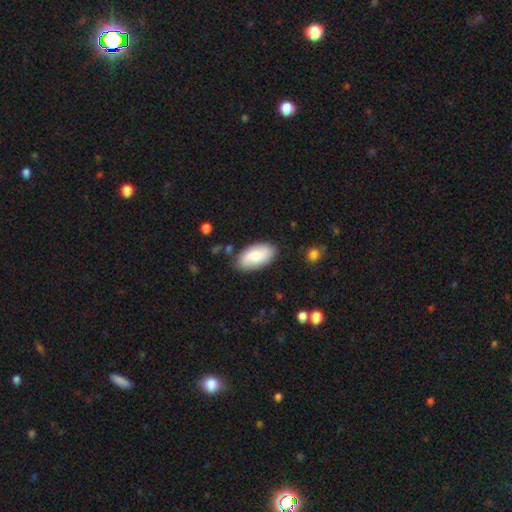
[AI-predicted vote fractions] Overall: smooth (73%). How rounded: in between (94%). Merging: none (83%).